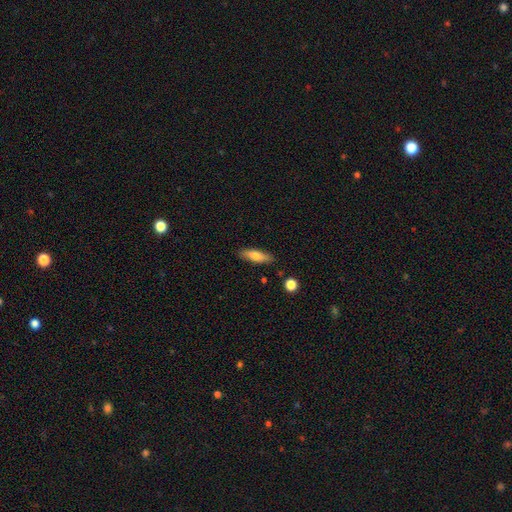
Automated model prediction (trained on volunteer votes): Q: Smooth or featured?
A: smooth (72%); runner-up: featured or disk (22%)
Q: How rounded?
A: cigar-shaped (52%); runner-up: in between (46%)
Q: Merging?
A: none (86%); runner-up: minor disturbance (10%)